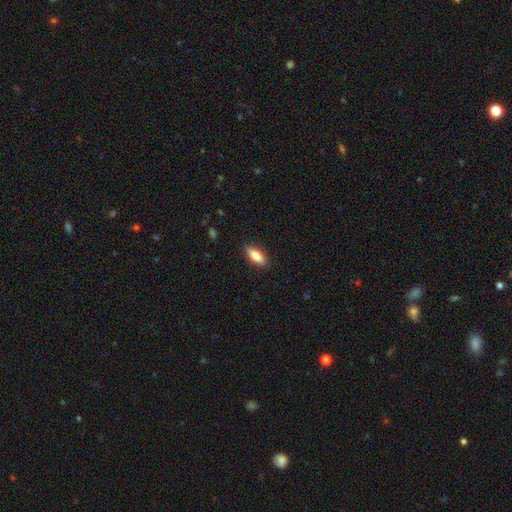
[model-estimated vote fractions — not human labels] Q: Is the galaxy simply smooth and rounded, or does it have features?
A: smooth — 80%.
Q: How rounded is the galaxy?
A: in between — 72%.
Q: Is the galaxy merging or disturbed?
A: none — 88%.